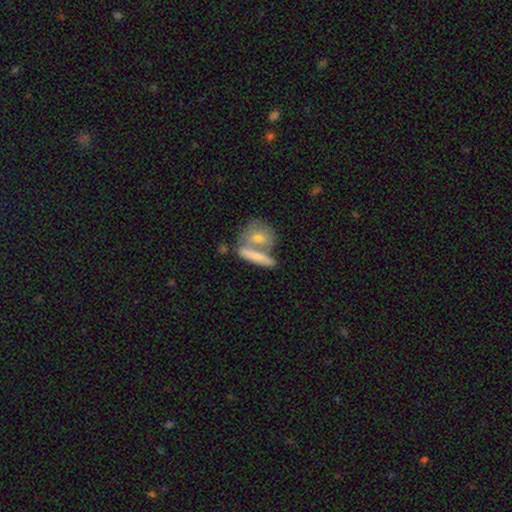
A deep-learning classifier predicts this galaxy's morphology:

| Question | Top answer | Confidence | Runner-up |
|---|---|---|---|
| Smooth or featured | smooth | 65% | featured or disk (28%) |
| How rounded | cigar-shaped | 57% | in between (31%) |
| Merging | merger | 44% | none (41%) |